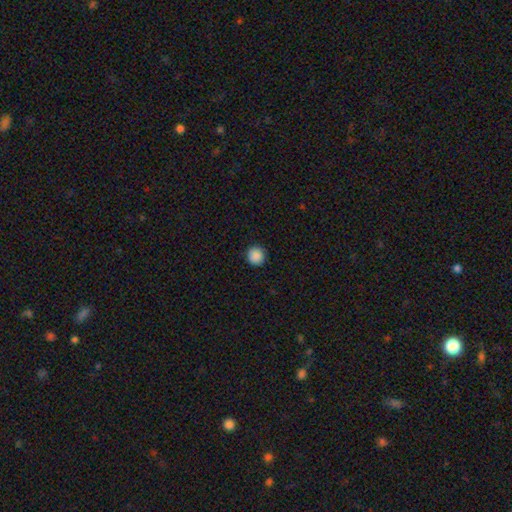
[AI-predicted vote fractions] A smooth galaxy with no disk features (89%) that is round (95%). Merging: none (91%).